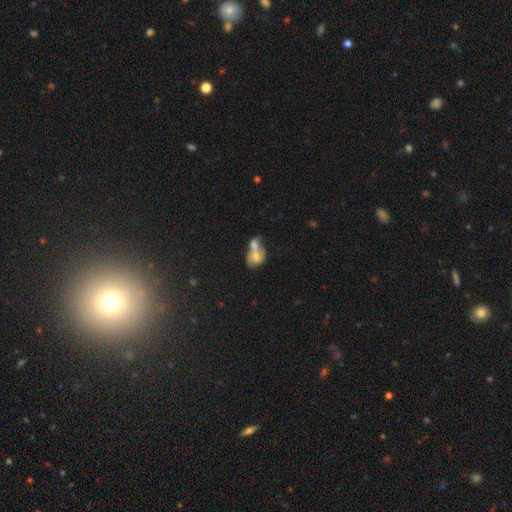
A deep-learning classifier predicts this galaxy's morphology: A smooth galaxy with no disk features (47%). Merging: merger (63%).